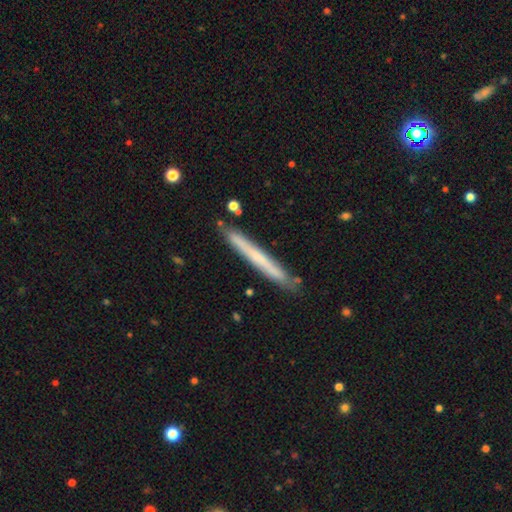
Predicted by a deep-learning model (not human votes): smooth_or_featured: smooth (p=0.53) [alt: featured or disk p=0.41]
how_rounded: cigar-shaped (p=0.97) [alt: in between p=0.02]
merging: none (p=0.85) [alt: minor disturbance p=0.11]